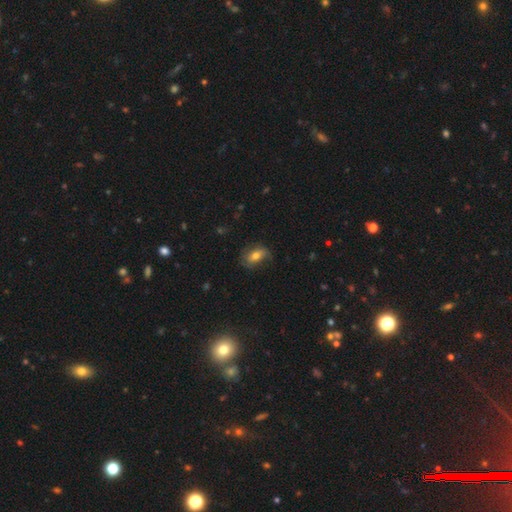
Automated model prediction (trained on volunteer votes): smooth_or_featured: smooth (p=0.61) [alt: featured or disk p=0.29]
how_rounded: in between (p=0.82) [alt: round p=0.14]
merging: none (p=0.63) [alt: minor disturbance p=0.25]